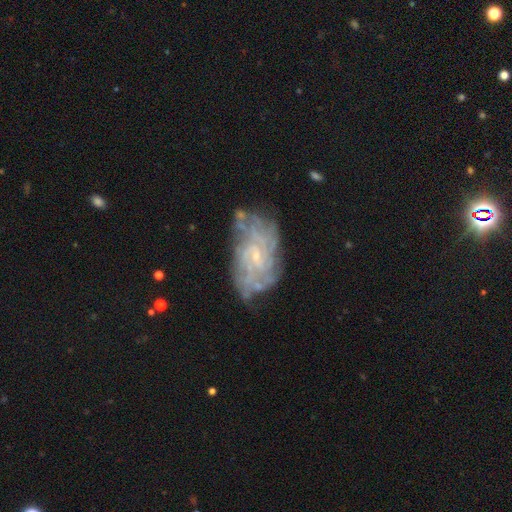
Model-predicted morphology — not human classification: Smooth or featured? featured or disk (78%)
Edge-on disk? no (96%)
Bar? no (54%)
Spiral arms? yes (85%)
Spiral winding? tight (59%)
Spiral arm count? can't tell (52%)
Bulge size? small (78%)
Merging? none (65%)